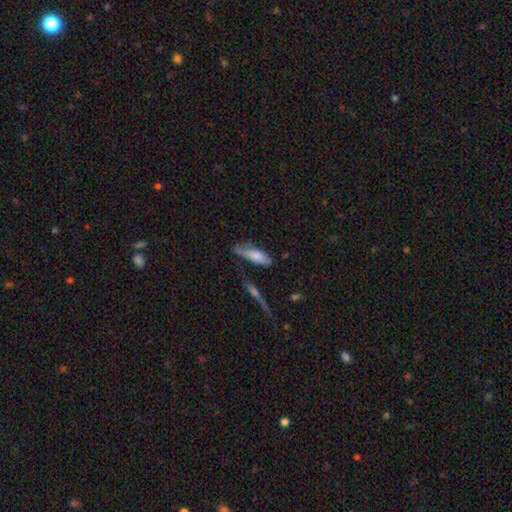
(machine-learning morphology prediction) This is likely a smooth galaxy (68%). How rounded: possibly cigar-shaped (49%). Merging: marginally none (43%).